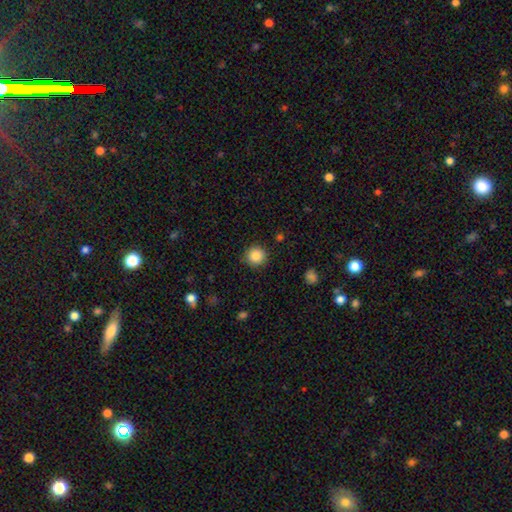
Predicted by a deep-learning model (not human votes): The model was most divided on "smooth or featured": smooth: 86%, star or artifact: 10%, featured or disk: 4%. More confident: how rounded — round (95%); merging — none (91%).